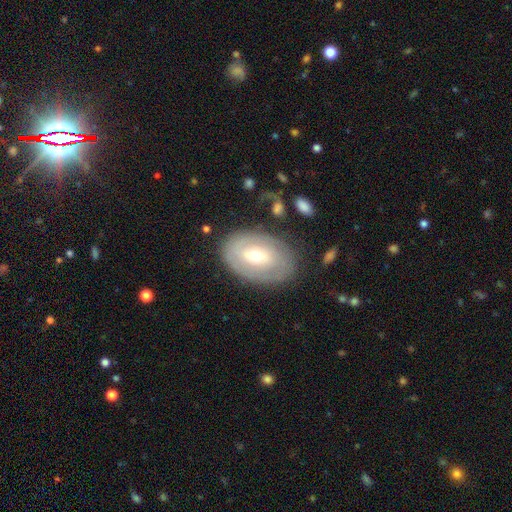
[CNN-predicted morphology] Smooth or featured? featured or disk (59%)
Edge-on disk? no (92%)
Bar? weak (44%)
Spiral arms? yes (53%)
Bulge size? moderate (60%)
Merging? none (75%)